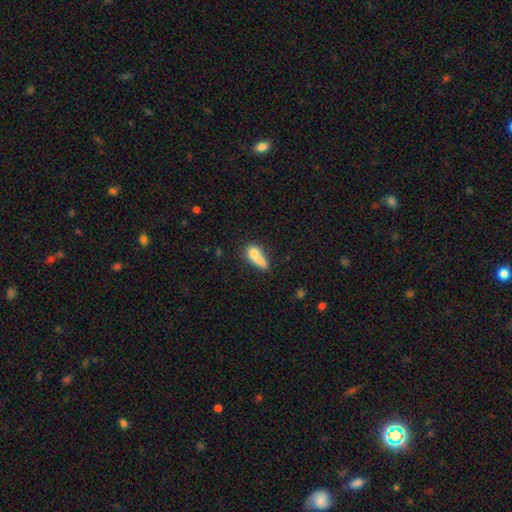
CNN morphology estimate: smooth_or_featured: smooth (p=0.71) [alt: featured or disk p=0.19]
how_rounded: in between (p=0.57) [alt: cigar-shaped p=0.34]
merging: merger (p=0.34) [alt: none p=0.32]